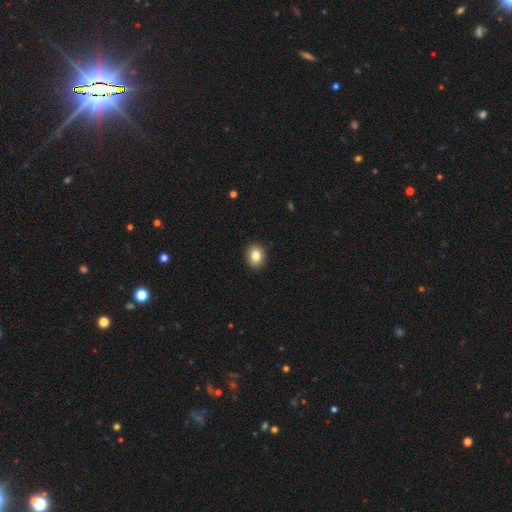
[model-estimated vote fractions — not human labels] Smooth or featured: smooth — 84% (star or artifact — 9%)
How rounded: round — 56% (in between — 43%)
Merging: none — 91% (minor disturbance — 6%)